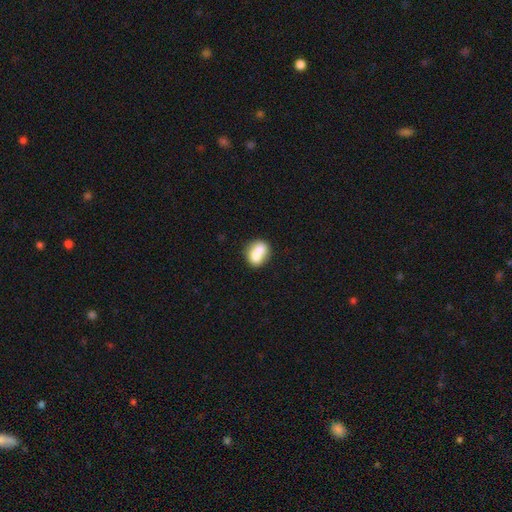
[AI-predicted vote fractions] Overall: smooth (70%). How rounded: round (52%; in between 47%). Merging: merger (60%; none 27%).